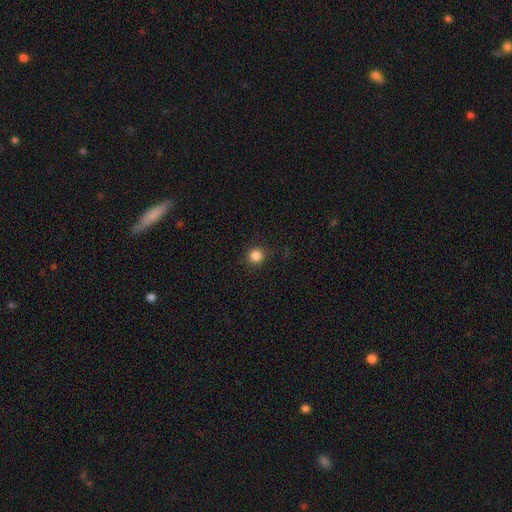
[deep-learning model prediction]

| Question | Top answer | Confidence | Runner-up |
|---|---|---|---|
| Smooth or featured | smooth | 85% | star or artifact (11%) |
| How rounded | round | 92% | in between (7%) |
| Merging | none | 88% | minor disturbance (8%) |